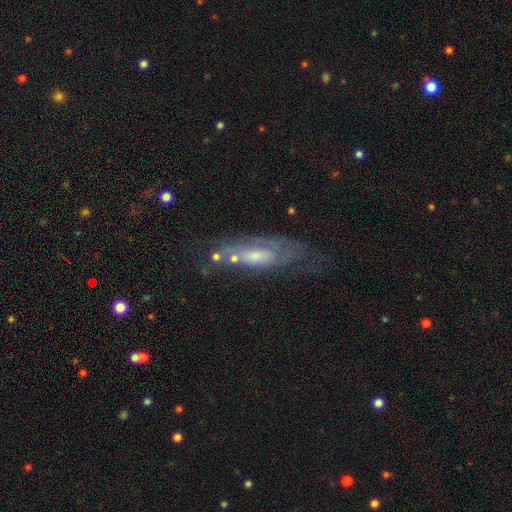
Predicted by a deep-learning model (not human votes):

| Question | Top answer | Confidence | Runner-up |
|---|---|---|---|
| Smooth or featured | featured or disk | 62% | smooth (30%) |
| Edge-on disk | no | 76% | yes (24%) |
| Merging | none | 44% | minor disturbance (26%) |